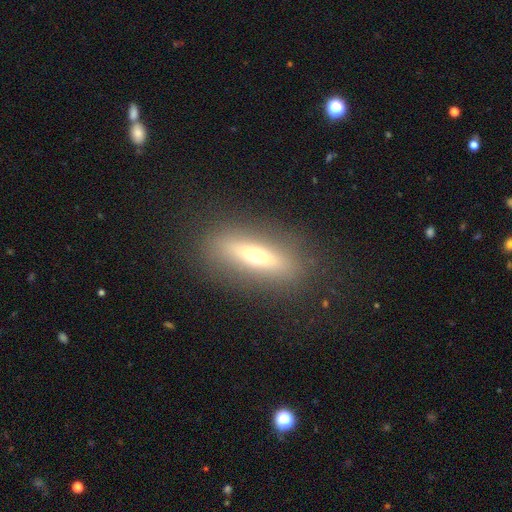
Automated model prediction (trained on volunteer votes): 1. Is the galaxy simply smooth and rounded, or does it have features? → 46% smooth, 44% featured or disk, 10% star or artifact.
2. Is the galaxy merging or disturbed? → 86% none, 9% minor disturbance, 4% major disturbance, 1% merger.